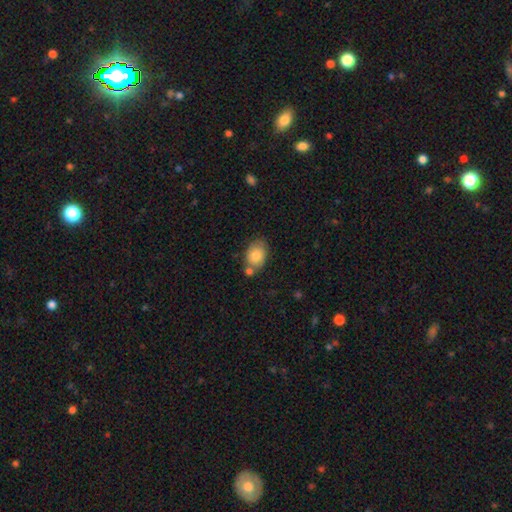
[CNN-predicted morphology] Overall: smooth (82%). How rounded: in between (78%). Merging: none (58%; merger 19%).